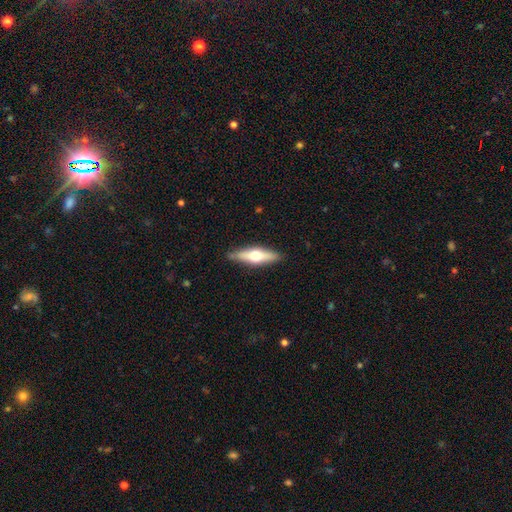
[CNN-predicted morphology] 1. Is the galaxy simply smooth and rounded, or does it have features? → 52% featured or disk, 43% smooth, 6% star or artifact.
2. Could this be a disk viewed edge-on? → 91% yes, 9% no.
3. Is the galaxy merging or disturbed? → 86% none, 11% minor disturbance, 2% major disturbance, 1% merger.